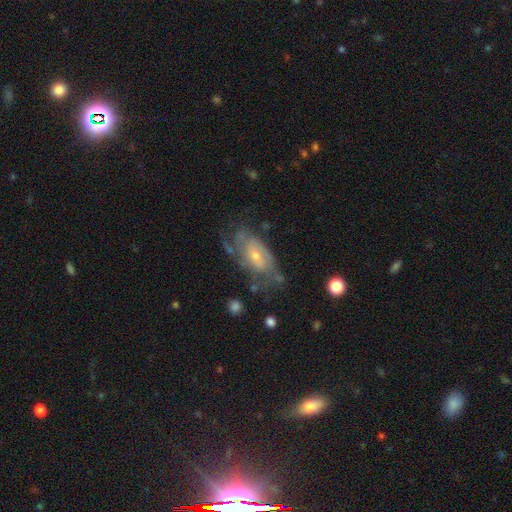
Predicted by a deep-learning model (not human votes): The model was most divided on "merging": none: 48%, minor disturbance: 27%, major disturbance: 21%, merger: 4%. More confident: edge-on disk — no (93%); spiral arms — yes (76%); smooth or featured — featured or disk (69%); bar — no (66%); bulge size — small (59%).